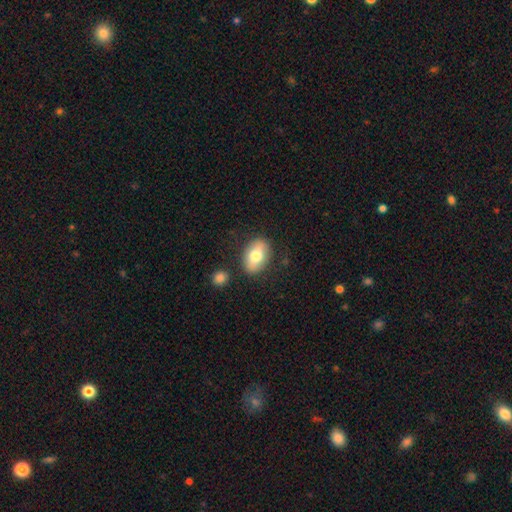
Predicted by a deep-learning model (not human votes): smooth-or-featured: smooth: 68% | featured or disk: 26% | star or artifact: 6%
  how-rounded: in between: 84% | round: 14% | cigar-shaped: 2%
  merging: none: 81% | minor disturbance: 12% | merger: 4% | major disturbance: 3%